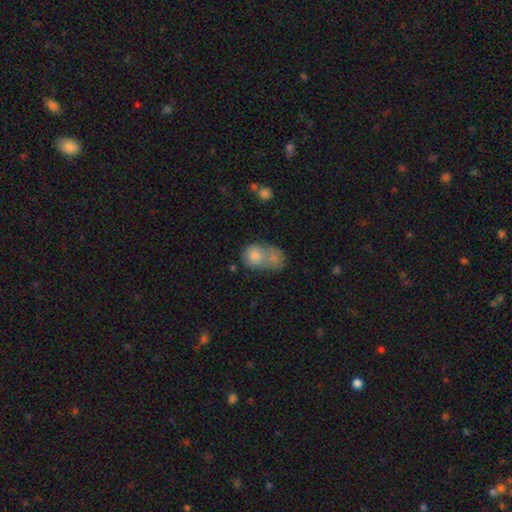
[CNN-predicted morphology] This is likely a smooth galaxy (77%). How rounded: possibly in between (54%). Merging: likely merger (62%).